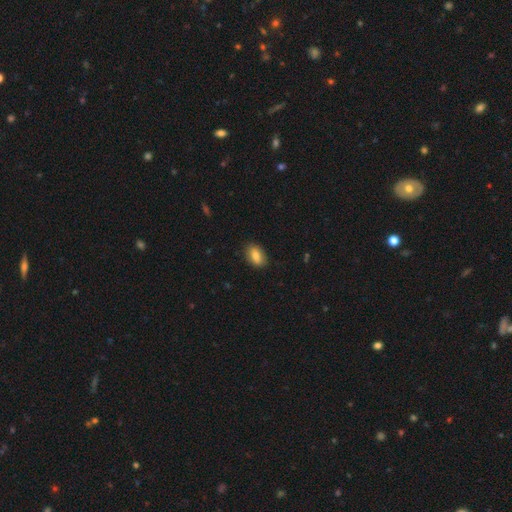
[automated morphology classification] Smooth or featured? Predicted: smooth (p=0.84). How rounded? Predicted: in between (p=0.89). Merging? Predicted: none (p=0.86).